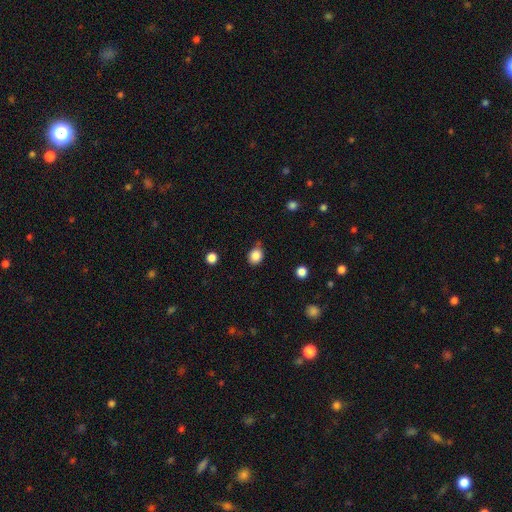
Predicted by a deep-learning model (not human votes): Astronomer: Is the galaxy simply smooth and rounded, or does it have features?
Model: smooth — 86%.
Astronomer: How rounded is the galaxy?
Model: round — 60% (runner-up: in between, 39%).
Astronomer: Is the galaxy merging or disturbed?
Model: none — 71%.